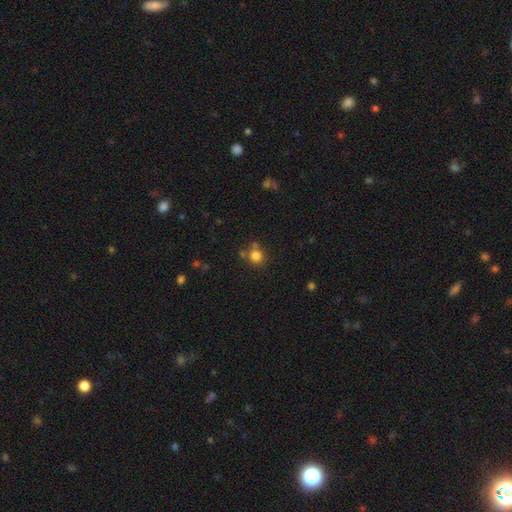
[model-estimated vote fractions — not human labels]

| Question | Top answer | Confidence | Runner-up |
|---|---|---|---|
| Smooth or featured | smooth | 81% | star or artifact (13%) |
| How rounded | round | 88% | in between (11%) |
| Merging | none | 71% | merger (14%) |